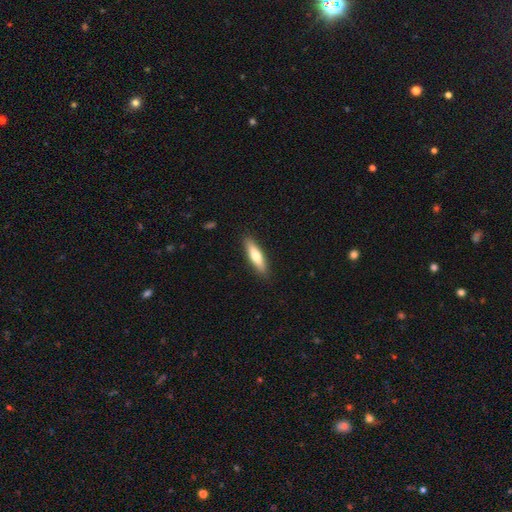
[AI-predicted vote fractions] Smooth or featured? Predicted: smooth (p=0.66). How rounded? Predicted: cigar-shaped (p=0.71). Merging? Predicted: none (p=0.89).